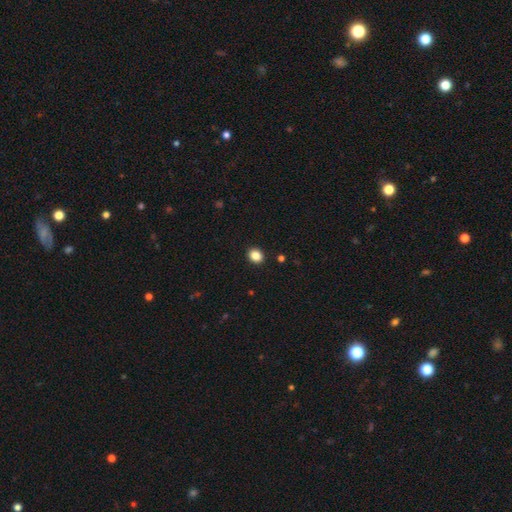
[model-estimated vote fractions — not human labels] smooth_or_featured: smooth (p=0.86) [alt: star or artifact p=0.10]
how_rounded: round (p=0.60) [alt: in between p=0.39]
merging: none (p=0.92) [alt: minor disturbance p=0.05]